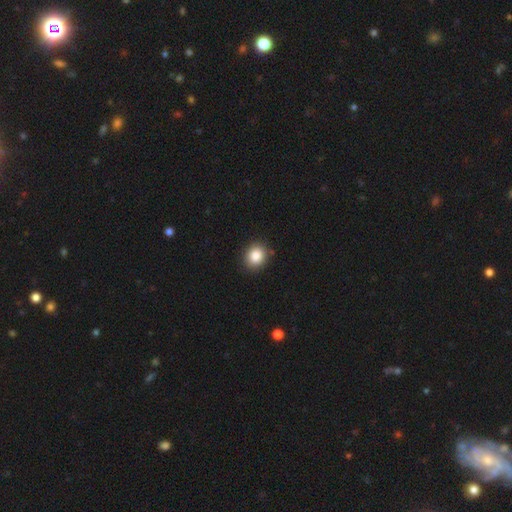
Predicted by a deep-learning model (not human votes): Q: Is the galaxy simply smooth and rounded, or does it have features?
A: smooth — 86%.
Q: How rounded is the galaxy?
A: round — 66%.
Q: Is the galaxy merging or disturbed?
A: none — 87%.